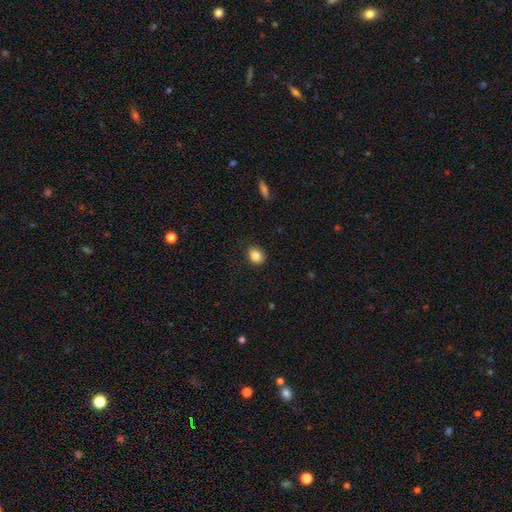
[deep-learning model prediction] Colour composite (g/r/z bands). It shows a smooth galaxy with no disk features (86%) that is round (56%). Merging: none (88%).